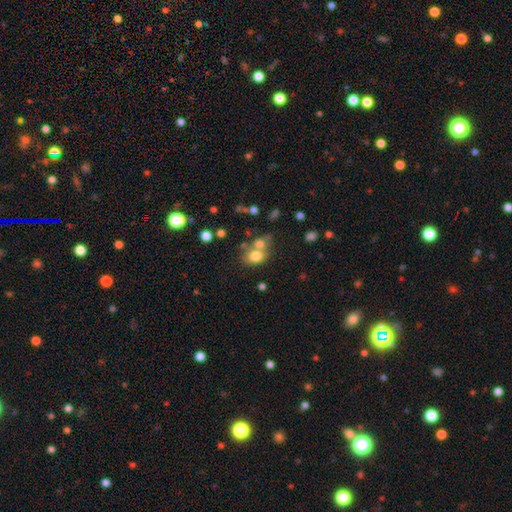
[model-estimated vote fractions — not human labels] smooth 75%, featured or disk 14%, star or artifact 11%. Down the decision tree: how rounded — in between (50%); merging — merger (49%).